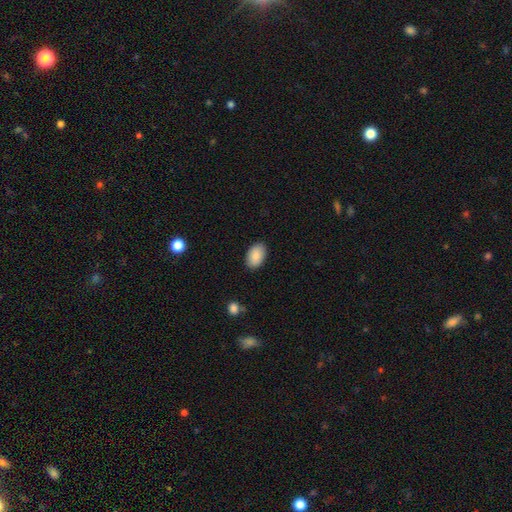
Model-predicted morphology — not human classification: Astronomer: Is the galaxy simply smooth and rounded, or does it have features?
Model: smooth — 88%.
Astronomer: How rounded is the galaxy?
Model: in between — 91%.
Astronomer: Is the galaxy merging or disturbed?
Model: none — 87%.